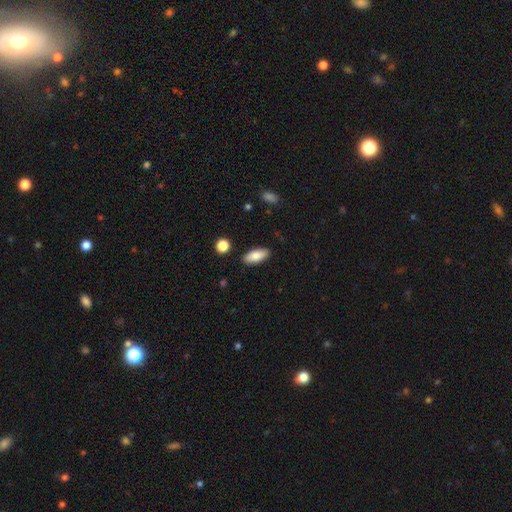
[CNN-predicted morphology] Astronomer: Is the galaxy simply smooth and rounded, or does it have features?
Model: smooth — 84%.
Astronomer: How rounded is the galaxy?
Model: in between — 83%.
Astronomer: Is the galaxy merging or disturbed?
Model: none — 88%.